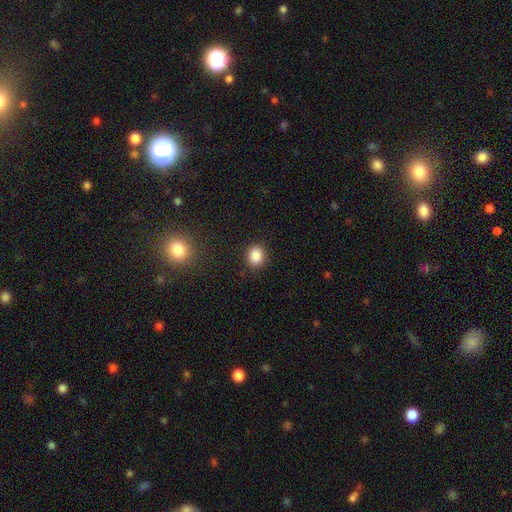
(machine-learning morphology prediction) Smooth or featured: smooth — 87% (star or artifact — 10%)
How rounded: round — 65% (in between — 34%)
Merging: none — 89% (minor disturbance — 8%)